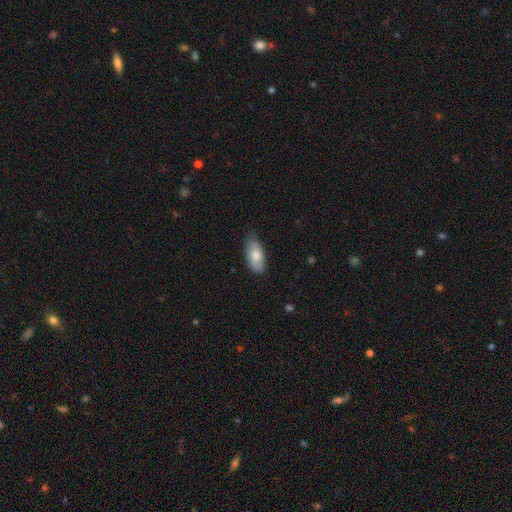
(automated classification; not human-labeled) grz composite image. It shows a smooth galaxy with no disk features (78%) that is in between round and cigar-shaped (90%). Merging: none (77%).